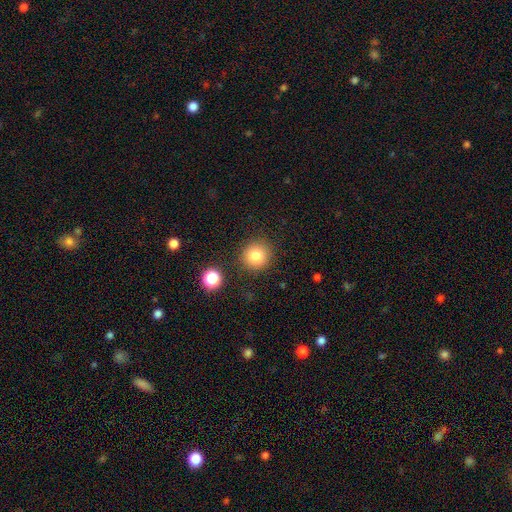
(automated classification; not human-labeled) Morphology: type=smooth (81%); roundness=round (93%); merging=none (88%).